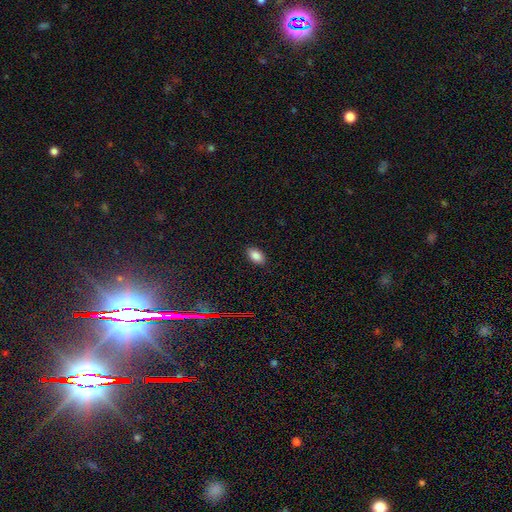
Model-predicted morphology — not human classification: Overall: smooth (85%). How rounded: in between (93%). Merging: none (88%).